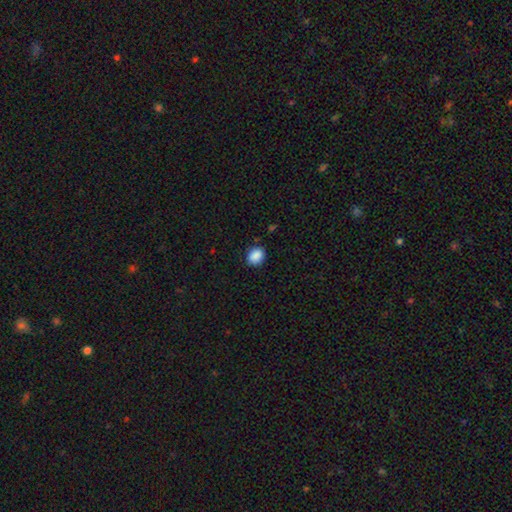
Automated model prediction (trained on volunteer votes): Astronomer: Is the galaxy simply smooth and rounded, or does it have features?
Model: smooth — 88%.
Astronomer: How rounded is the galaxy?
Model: round — 52% (runner-up: in between, 47%).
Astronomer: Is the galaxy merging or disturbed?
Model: none — 83%.